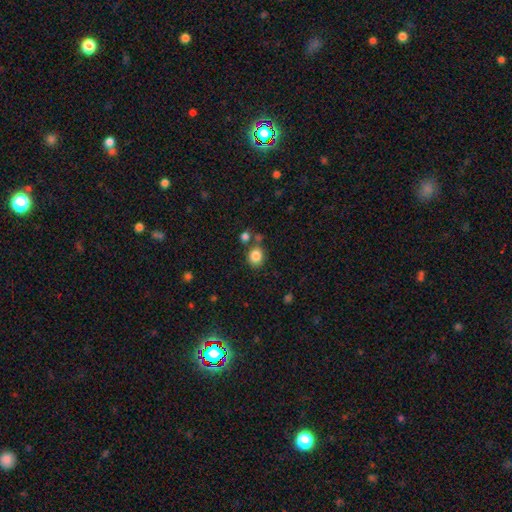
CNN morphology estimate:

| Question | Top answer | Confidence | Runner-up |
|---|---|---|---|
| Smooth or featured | smooth | 84% | star or artifact (10%) |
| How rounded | round | 73% | in between (26%) |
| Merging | none | 72% | merger (13%) |